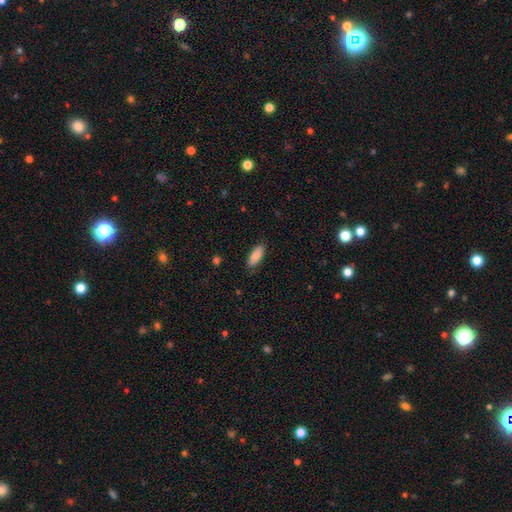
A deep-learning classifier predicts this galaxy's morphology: type=smooth (82%); roundness=in between (83%); merging=none (83%).